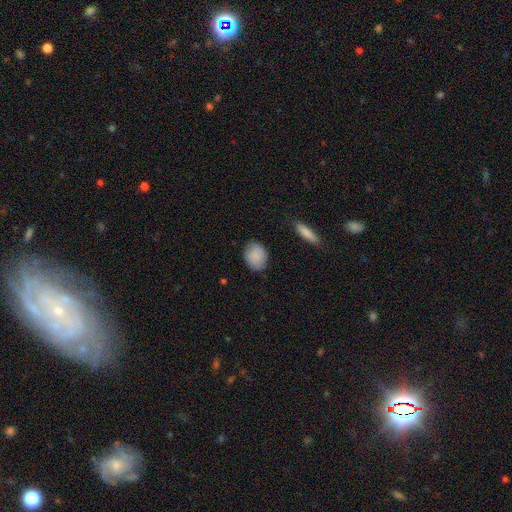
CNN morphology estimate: smooth_or_featured: smooth (p=0.88) [alt: star or artifact p=0.07]
how_rounded: in between (p=0.52) [alt: round p=0.46]
merging: none (p=0.84) [alt: minor disturbance p=0.12]